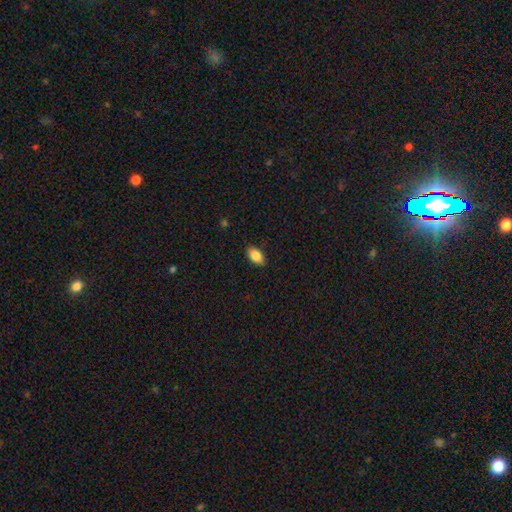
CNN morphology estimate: Smooth or featured?
  - smooth: 86% *
  - star or artifact: 7%
  - featured or disk: 7%
How rounded?
  - in between: 91% *
  - round: 6%
  - cigar-shaped: 3%
Merging?
  - none: 88% *
  - minor disturbance: 9%
  - major disturbance: 2%
  - merger: 1%